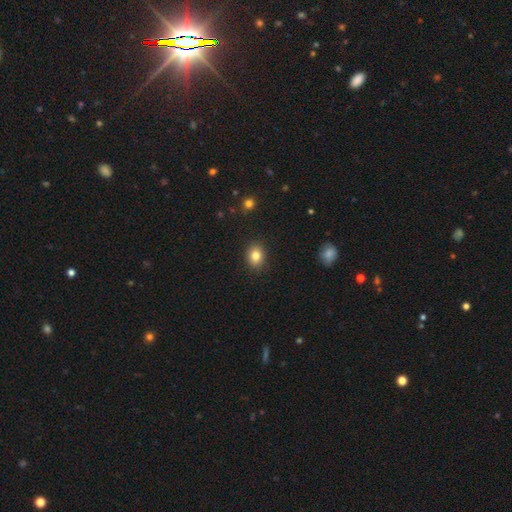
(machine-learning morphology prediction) smooth 83%, star or artifact 10%, featured or disk 7%. Down the decision tree: how rounded — round (50%); merging — none (89%).